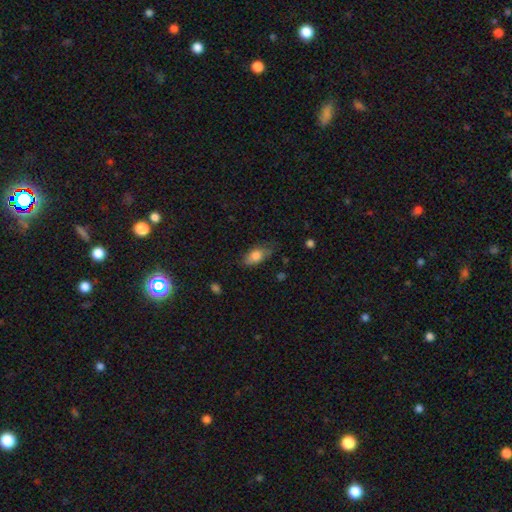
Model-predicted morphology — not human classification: Smooth or featured? Predicted: smooth (p=0.79). How rounded? Predicted: in between (p=0.87). Merging? Predicted: none (p=0.67).